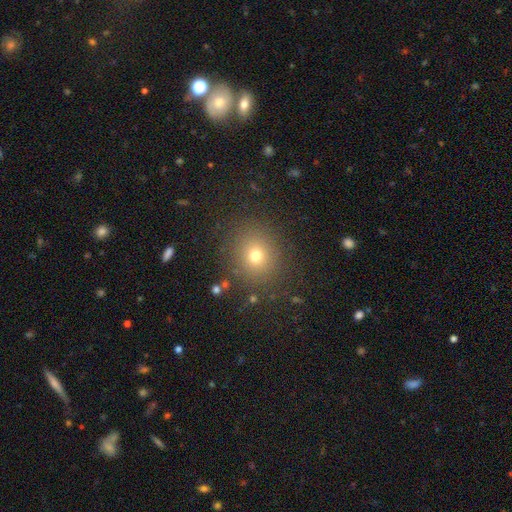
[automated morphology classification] Smooth or featured? smooth (71%)
How rounded? round (83%)
Merging? none (86%)